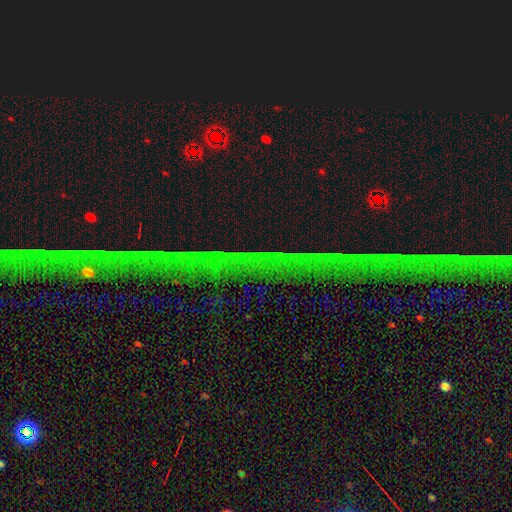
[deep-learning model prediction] star or artifact 86%, featured or disk 8%, smooth 6%.